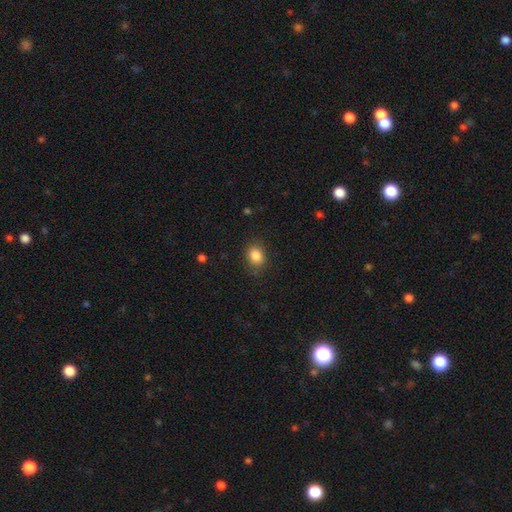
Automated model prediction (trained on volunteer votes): Overall: smooth (85%). How rounded: in between (52%; round 47%). Merging: none (82%).